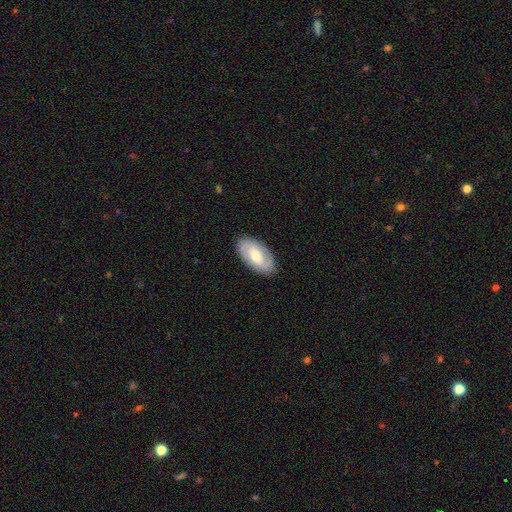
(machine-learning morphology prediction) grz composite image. It shows a featured or disk galaxy (55%) with no bar (49%), spiral arms (74%) and a moderate central bulge (58%). Merging: none (86%).